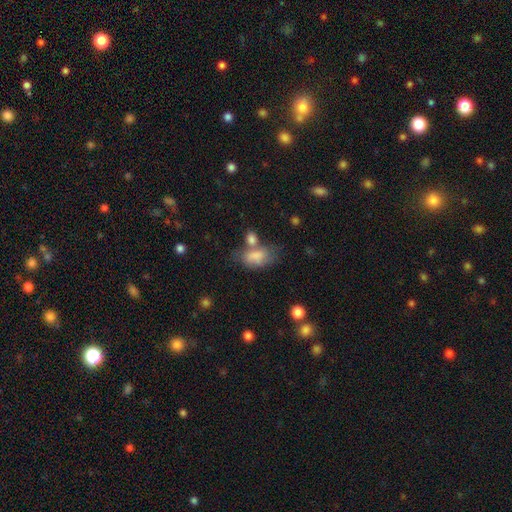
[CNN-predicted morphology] Smooth or featured? smooth (77%)
How rounded? in between (89%)
Merging? merger (33%, tied with none)